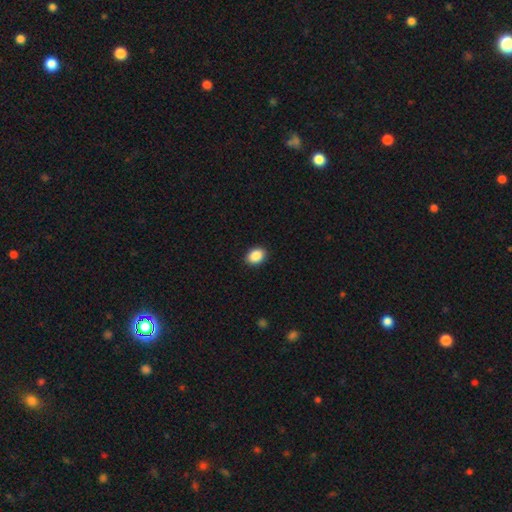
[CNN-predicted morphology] Smooth or featured? Predicted: smooth (p=0.89). How rounded? Predicted: in between (p=0.65). Merging? Predicted: none (p=0.90).